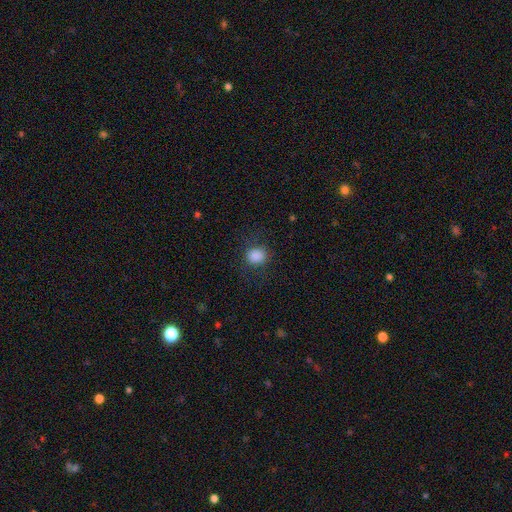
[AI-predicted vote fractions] smooth_or_featured: smooth (p=0.86) [alt: star or artifact p=0.10]
how_rounded: round (p=0.76) [alt: in between p=0.23]
merging: none (p=0.80) [alt: minor disturbance p=0.12]